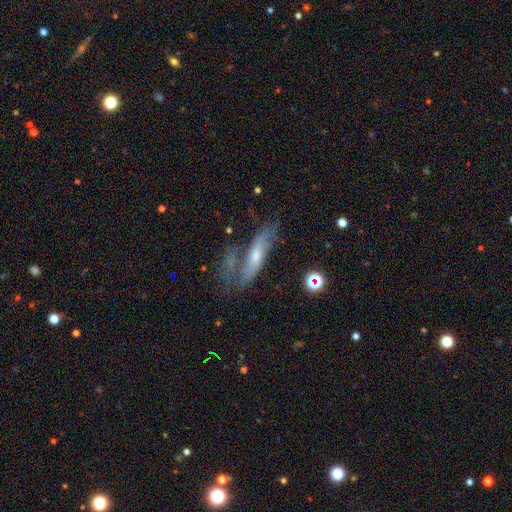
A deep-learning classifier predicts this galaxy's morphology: smooth-or-featured: featured or disk: 59% | smooth: 31% | star or artifact: 10%
  disk-edge-on: no: 61% | yes: 39%
  merging: none: 43% | minor disturbance: 24% | major disturbance: 23% | merger: 10%